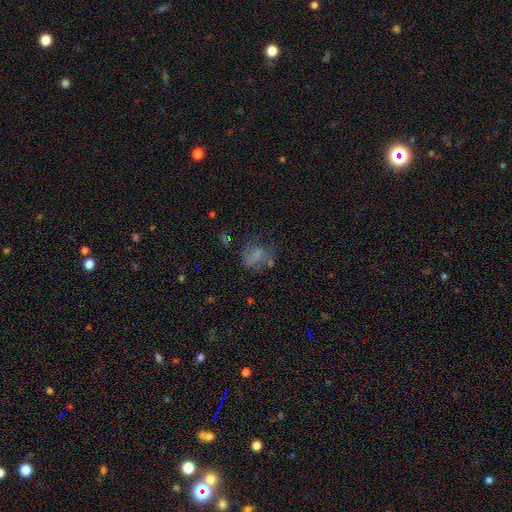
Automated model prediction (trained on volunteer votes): The model was most divided on "smooth or featured": smooth: 48%, featured or disk: 36%, star or artifact: 16%. Remaining: merging — none (48%).